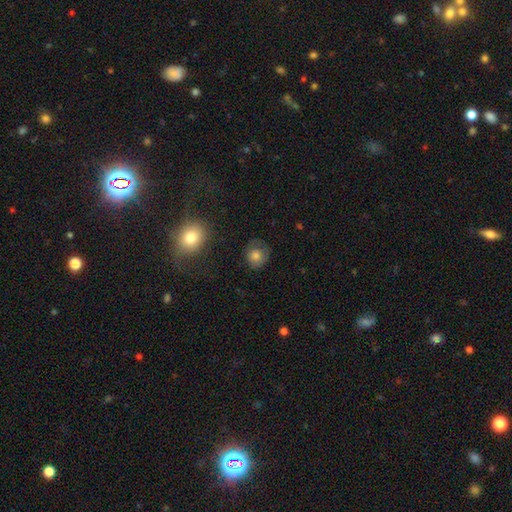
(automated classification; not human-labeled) Smooth or featured? Predicted: smooth (p=0.78). How rounded? Predicted: round (p=0.82). Merging? Predicted: none (p=0.69).